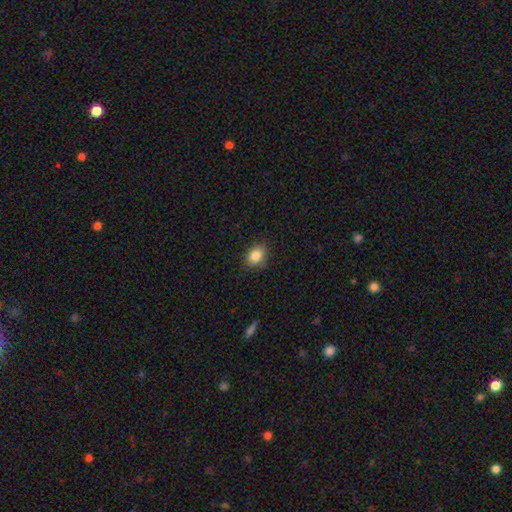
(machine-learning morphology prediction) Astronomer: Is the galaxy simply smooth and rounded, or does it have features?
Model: smooth — 85%.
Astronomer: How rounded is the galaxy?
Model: in between — 58% (runner-up: round, 41%).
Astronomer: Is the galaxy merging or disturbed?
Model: none — 83%.